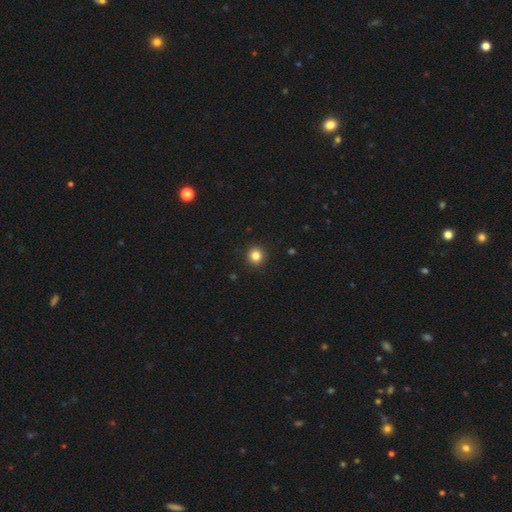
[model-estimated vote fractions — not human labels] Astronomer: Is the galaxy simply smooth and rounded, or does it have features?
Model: smooth — 83%.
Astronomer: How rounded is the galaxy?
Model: round — 94%.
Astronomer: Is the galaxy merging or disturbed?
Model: none — 93%.